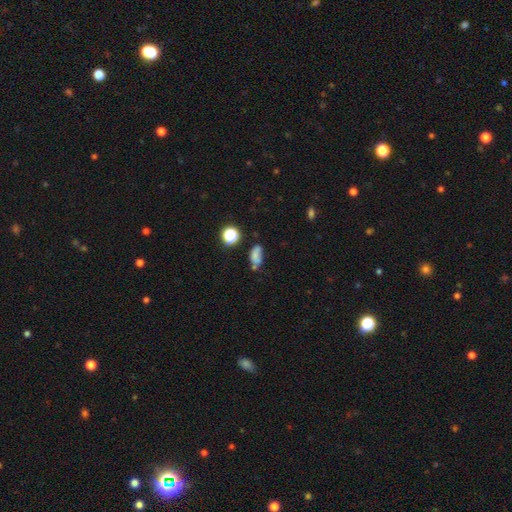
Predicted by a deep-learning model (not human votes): Q: Smooth or featured?
A: smooth (64%); runner-up: featured or disk (18%)
Q: How rounded?
A: in between (79%); runner-up: round (14%)
Q: Merging?
A: none (48%); runner-up: minor disturbance (26%)